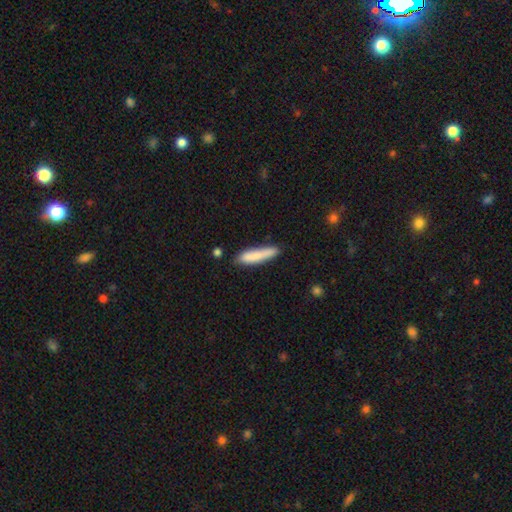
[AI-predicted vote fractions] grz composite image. It shows a smooth galaxy with no disk features (81%) that is cigar-shaped (85%). Merging: none (77%).